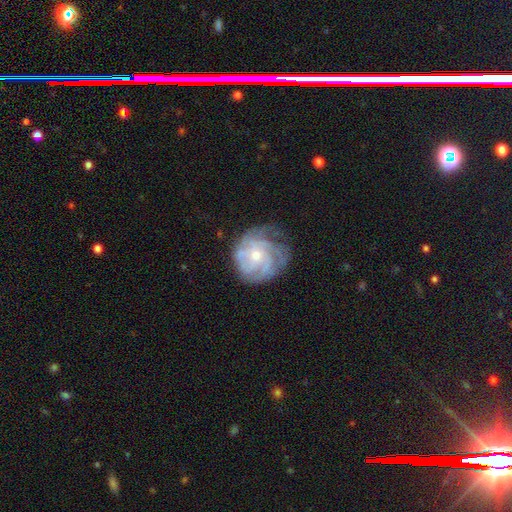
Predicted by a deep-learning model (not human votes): A featured or disk galaxy (78%) with no bar (77%), tight (59%) spiral arms (90%) and a small central bulge (59%).

Vote fractions:
- Smooth or featured? featured or disk: 78% / smooth: 15% / star or artifact: 8%
- Edge-on disk? no: 98% / yes: 2%
- Bar? no: 77% / weak: 20% / strong: 3%
- Spiral arms? yes: 90% / no: 10%
- Spiral winding? tight: 59% / medium: 31% / loose: 10%
- Spiral arm count? can't tell: 36% / 4: 24% / 3: 16% / more than 4: 11% / 2: 8% / 1: 5%
- Bulge size? small: 59% / moderate: 37% / large: 2% / none: 2% / dominant: 1%
- Merging? none: 61% / minor disturbance: 23% / major disturbance: 14% / merger: 2%